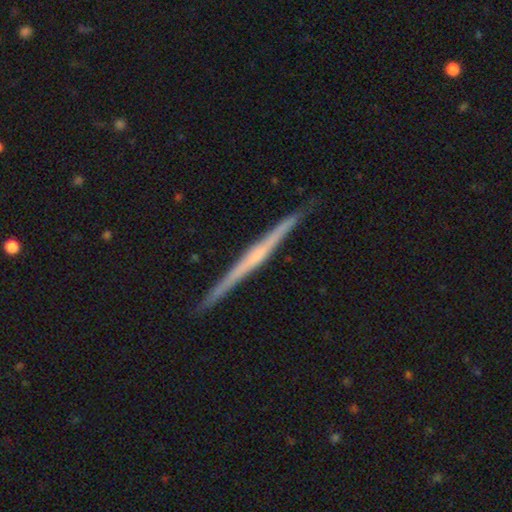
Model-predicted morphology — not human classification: smooth-or-featured: featured or disk: 75% | smooth: 20% | star or artifact: 5%
  disk-edge-on: yes: 98% | no: 2%
    edge-on-bulge: none: 50% | rounded: 40% | boxy: 10%
  merging: none: 91% | minor disturbance: 6% | major disturbance: 1% | merger: 1%